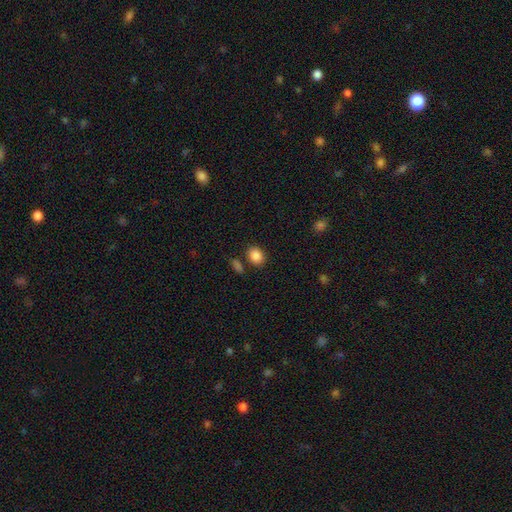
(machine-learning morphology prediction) This appears to be a smooth galaxy with no disk features (87%) that is round (55%). Merging: none (77%).